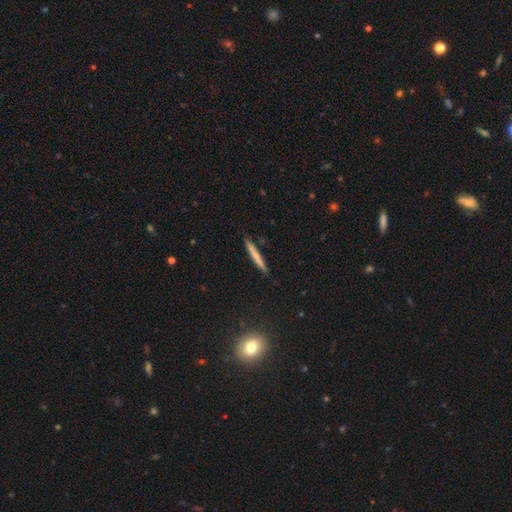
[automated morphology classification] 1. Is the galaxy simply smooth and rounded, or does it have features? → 62% smooth, 31% featured or disk, 7% star or artifact.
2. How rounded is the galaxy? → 96% cigar-shaped, 3% in between, 1% round.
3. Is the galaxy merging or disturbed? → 90% none, 7% minor disturbance, 1% major disturbance, 1% merger.